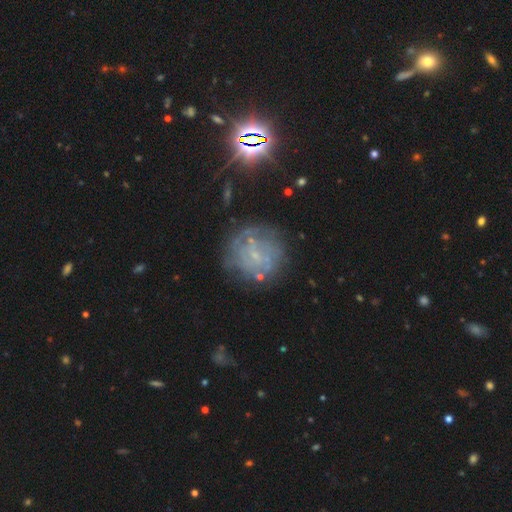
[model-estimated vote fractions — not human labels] Morphology: type=featured or disk (62%); edge-on=no (97%); bar=no (62%); spiral arms=yes (61%); bulge=small (68%); merging=none (68%).